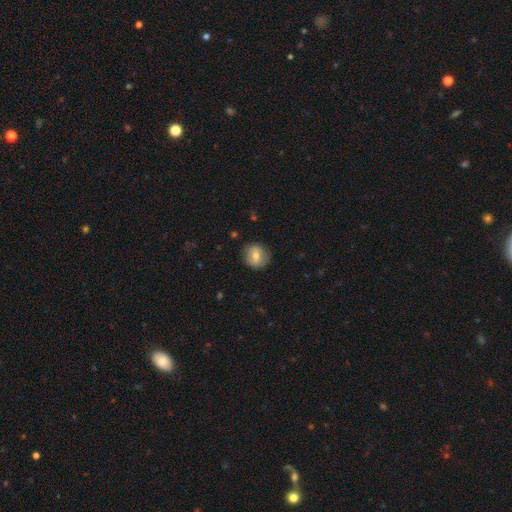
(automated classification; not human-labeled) This is likely a smooth galaxy (66%). How rounded: clearly round (84%). Merging: clearly none (85%).